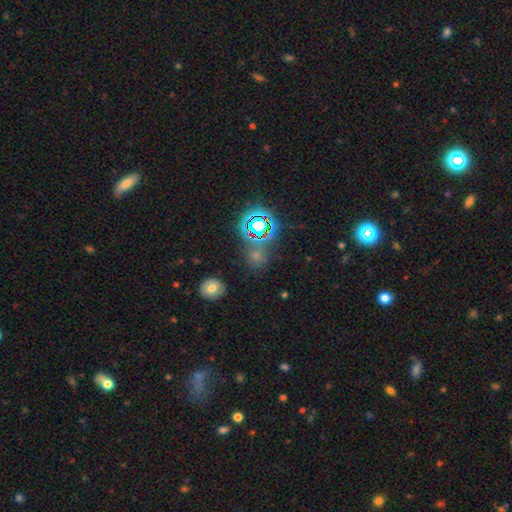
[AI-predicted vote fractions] Q: Smooth or featured?
A: star or artifact (63%); runner-up: smooth (27%)